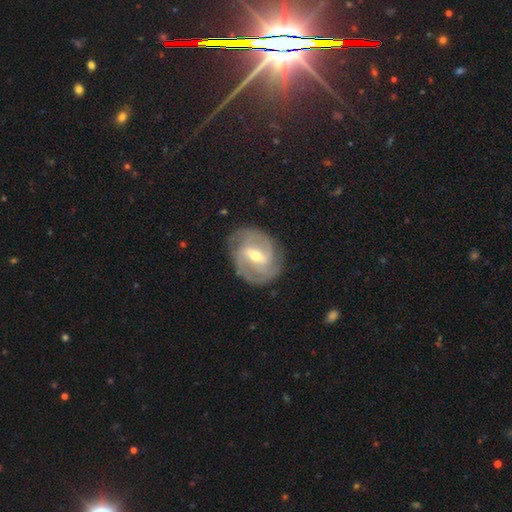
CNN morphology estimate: The model was most divided on "bar" (2-way tie): weak: 44%, strong: 44%, no: 12%. Remaining: edge-on disk — no (97%); spiral arms — yes (95%); smooth or featured — featured or disk (87%); merging — none (80%); bulge size — moderate (58%); spiral arm count — 2 (56%); spiral winding — tight (49%).